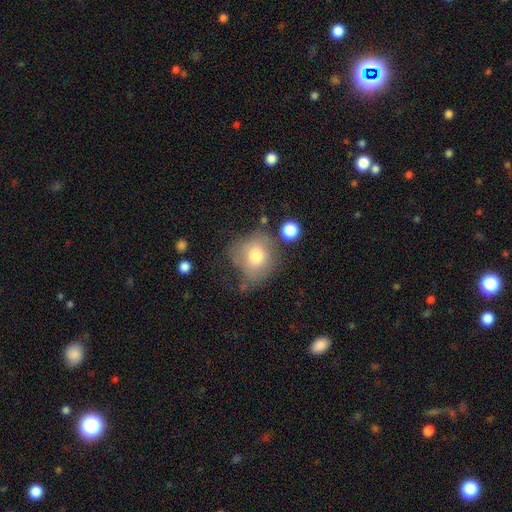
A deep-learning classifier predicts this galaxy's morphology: smooth_or_featured: smooth (p=0.71) [alt: featured or disk p=0.19]
how_rounded: round (p=0.76) [alt: in between p=0.23]
merging: none (p=0.44) [alt: minor disturbance p=0.28]